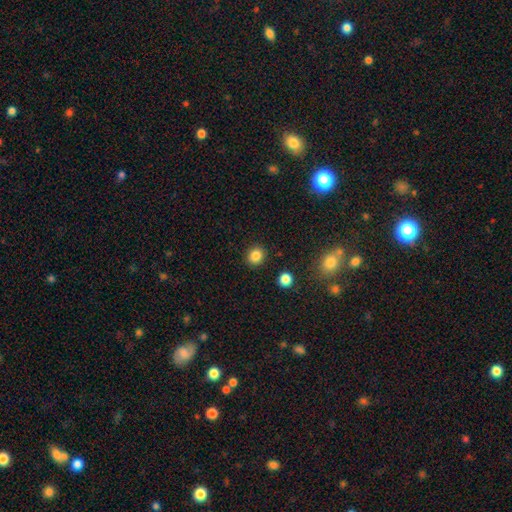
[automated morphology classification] smooth-or-featured: smooth: 84% | star or artifact: 11% | featured or disk: 4%
  how-rounded: round: 77% | in between: 22% | cigar-shaped: 1%
  merging: none: 89% | minor disturbance: 6% | major disturbance: 2% | merger: 2%